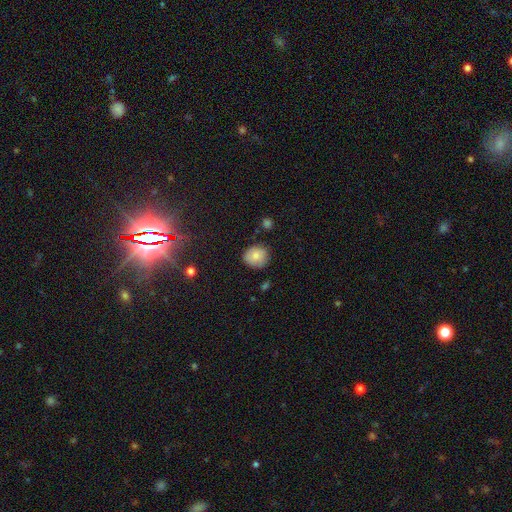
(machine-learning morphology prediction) Overall: smooth (79%). How rounded: round (77%). Merging: none (77%).